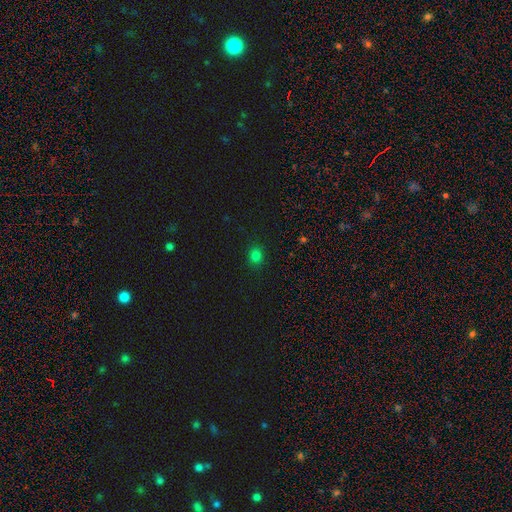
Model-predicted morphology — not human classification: This is likely a smooth galaxy (79%). How rounded: likely round (68%). Merging: clearly none (89%).